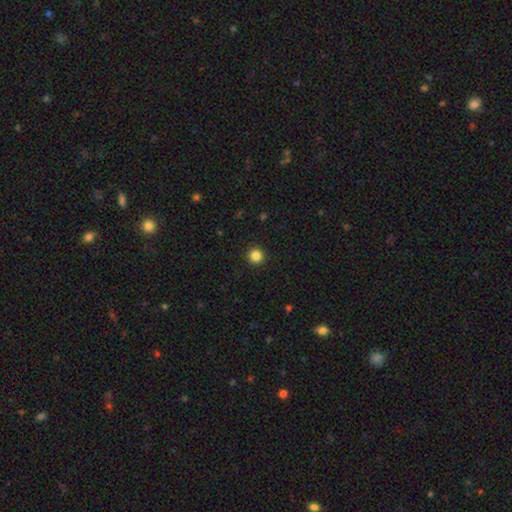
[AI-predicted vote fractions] Q: Smooth or featured?
A: smooth (85%); runner-up: star or artifact (12%)
Q: How rounded?
A: round (95%); runner-up: in between (4%)
Q: Merging?
A: none (93%); runner-up: minor disturbance (4%)